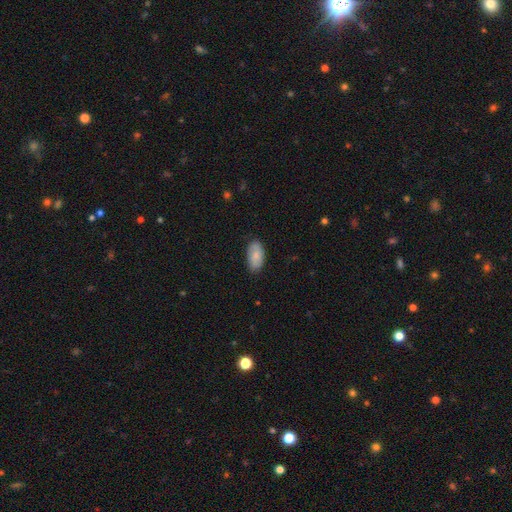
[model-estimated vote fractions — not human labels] Smooth or featured? smooth (75%)
How rounded? in between (94%)
Merging? none (82%)